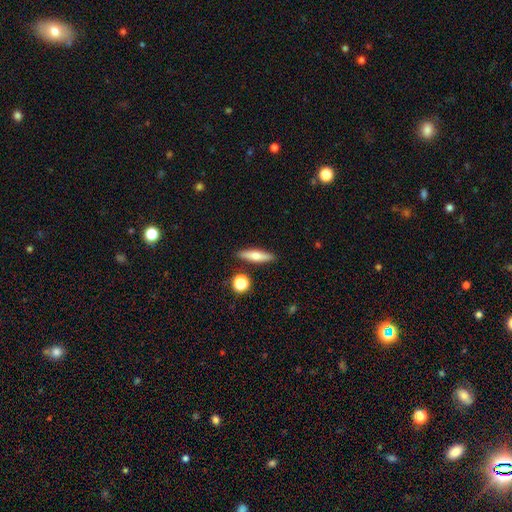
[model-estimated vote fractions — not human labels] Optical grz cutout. It shows a smooth galaxy with no disk features (59%) that is cigar-shaped (71%). Merging: none (86%).